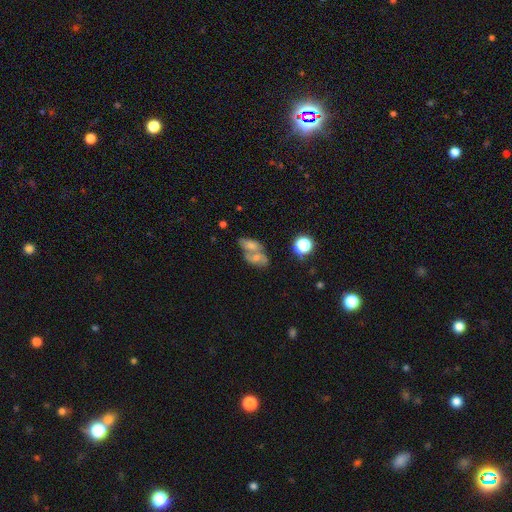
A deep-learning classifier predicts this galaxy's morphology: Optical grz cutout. It shows a smooth galaxy with no disk features (46%). Merging: merger (64%).